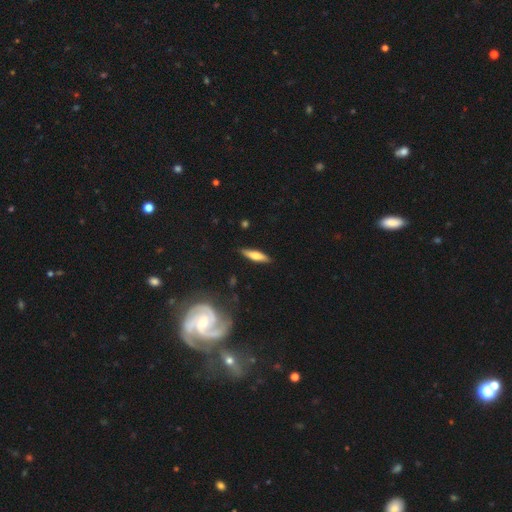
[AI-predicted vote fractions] A smooth galaxy with no disk features (58%) that is cigar-shaped (70%).

Vote fractions:
- Smooth or featured? smooth: 58% / featured or disk: 35% / star or artifact: 6%
- How rounded? cigar-shaped: 70% / in between: 28% / round: 2%
- Merging? none: 85% / minor disturbance: 11% / major disturbance: 2% / merger: 2%